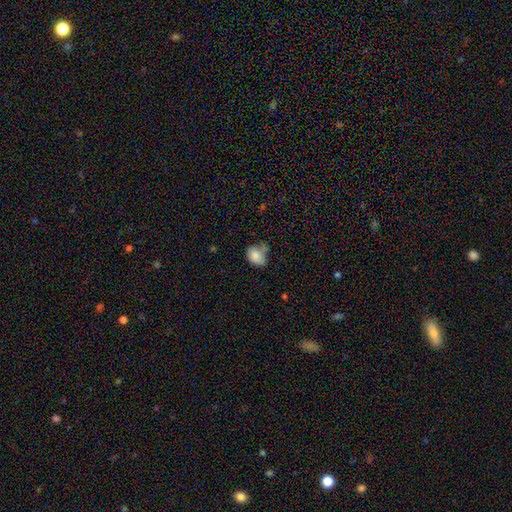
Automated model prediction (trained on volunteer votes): Morphology: type=smooth (82%); roundness=in between (71%); merging=none (42%).